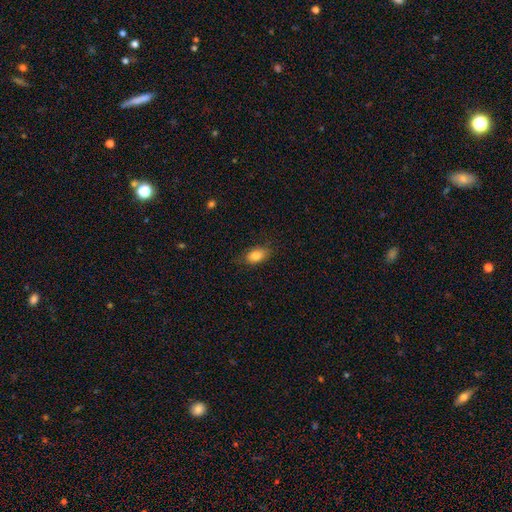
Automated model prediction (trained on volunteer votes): The model was most divided on "merging": none: 78%, minor disturbance: 17%, major disturbance: 4%, merger: 1%. More confident: how rounded — in between (87%); smooth or featured — smooth (84%).